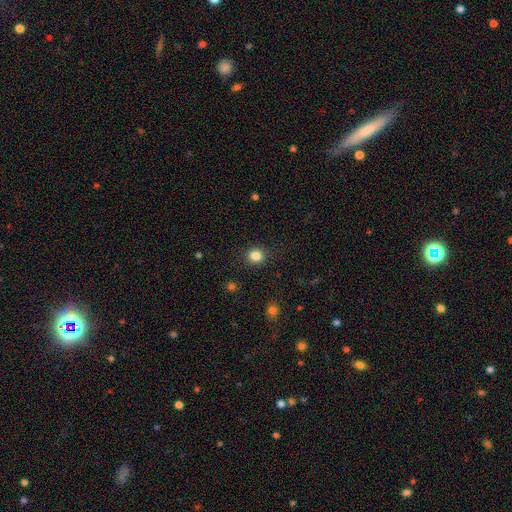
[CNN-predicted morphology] Smooth or featured? smooth (84%)
How rounded? round (85%)
Merging? none (90%)